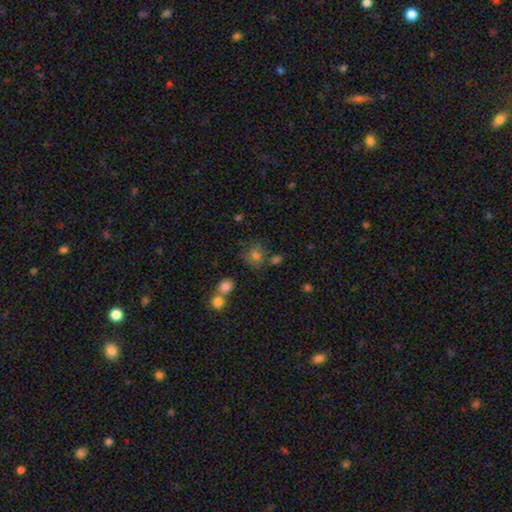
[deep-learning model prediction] This appears to be a smooth galaxy with no disk features (76%) that is round (78%). Merging: none (62%).